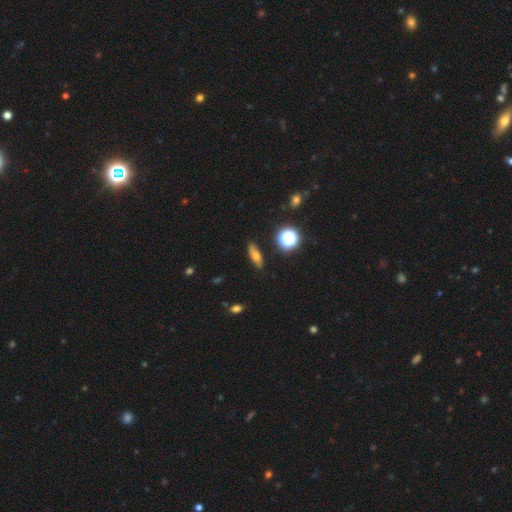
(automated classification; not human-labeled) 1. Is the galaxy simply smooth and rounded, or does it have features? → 63% smooth, 22% featured or disk, 15% star or artifact.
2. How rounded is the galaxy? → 50% in between, 39% cigar-shaped, 10% round.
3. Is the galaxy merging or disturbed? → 87% none, 9% minor disturbance, 2% major disturbance, 2% merger.